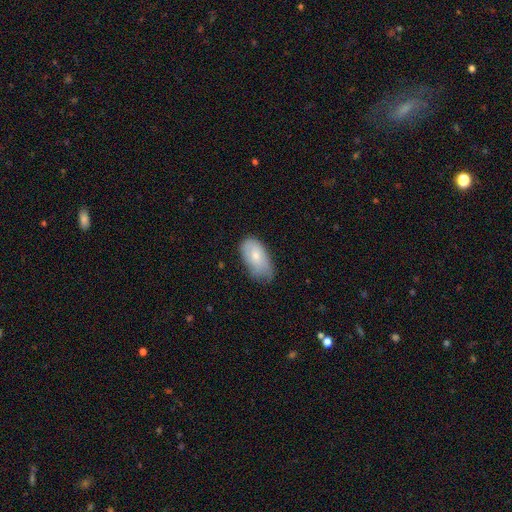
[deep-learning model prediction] smooth-or-featured: smooth: 72% | featured or disk: 22% | star or artifact: 6%
  how-rounded: in between: 94% | round: 4% | cigar-shaped: 3%
  merging: none: 46% | minor disturbance: 43% | major disturbance: 10% | merger: 2%